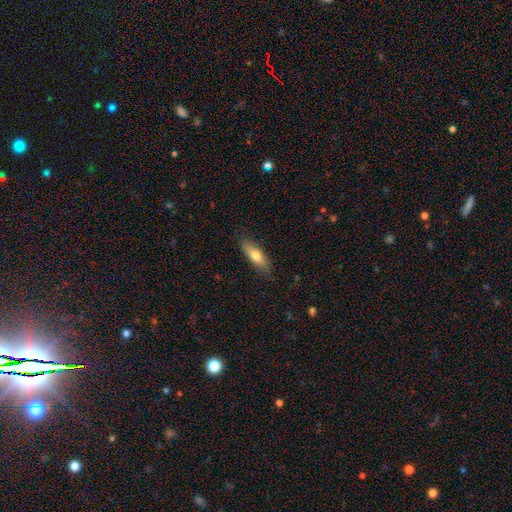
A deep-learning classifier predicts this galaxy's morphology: The model was most divided on "how rounded": in between: 52%, cigar-shaped: 46%, round: 2%. More confident: merging — none (82%); smooth or featured — smooth (69%).